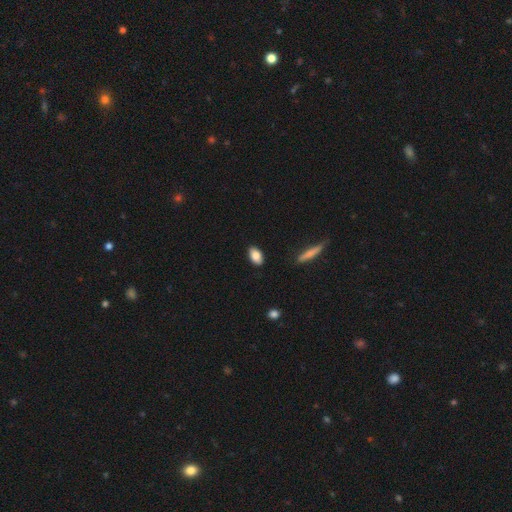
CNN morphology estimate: smooth_or_featured: smooth (p=0.84) [alt: featured or disk p=0.09]
how_rounded: in between (p=0.91) [alt: round p=0.06]
merging: none (p=0.87) [alt: minor disturbance p=0.09]